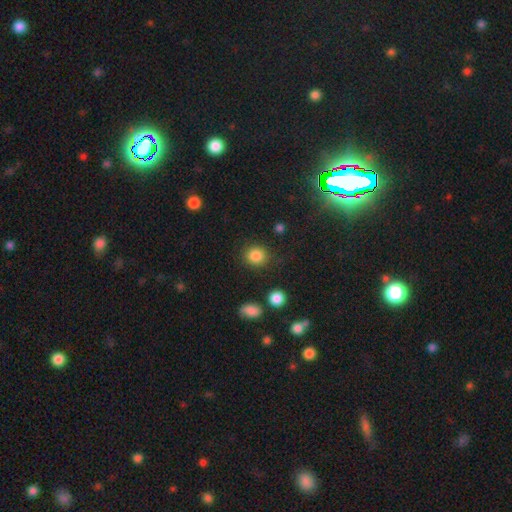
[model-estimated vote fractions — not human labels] The model was most divided on "how rounded": round: 83%, in between: 16%, cigar-shaped: 1%. More confident: merging — none (86%); smooth or featured — smooth (85%).